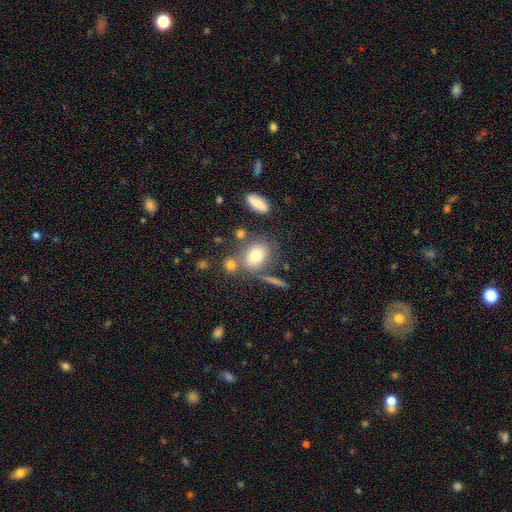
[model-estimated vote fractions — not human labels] A smooth galaxy with no disk features (73%) that is in between round and cigar-shaped (60%). Merging: none (61%).